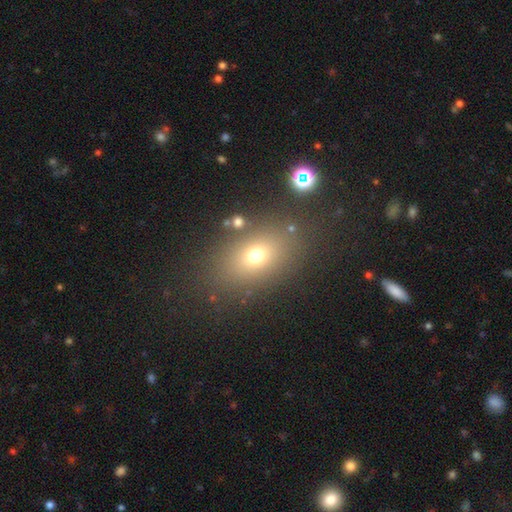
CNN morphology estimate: A smooth galaxy with no disk features (68%) that is in between round and cigar-shaped (70%).

Vote fractions:
- Smooth or featured? smooth: 68% / star or artifact: 18% / featured or disk: 14%
- How rounded? in between: 70% / round: 28% / cigar-shaped: 3%
- Merging? none: 80% / minor disturbance: 10% / major disturbance: 6% / merger: 5%